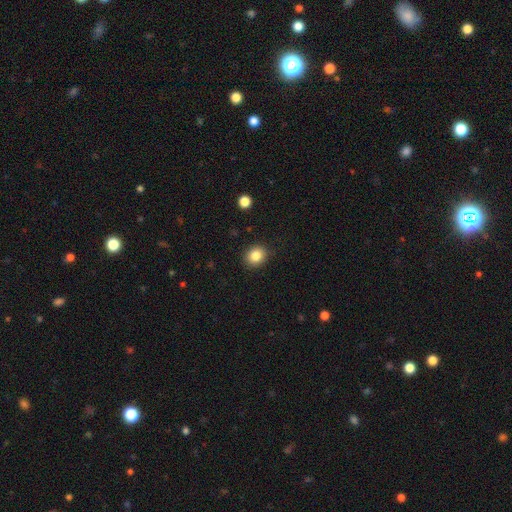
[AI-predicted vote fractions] This appears to be a smooth galaxy with no disk features (84%) that is round (72%). Merging: none (88%).